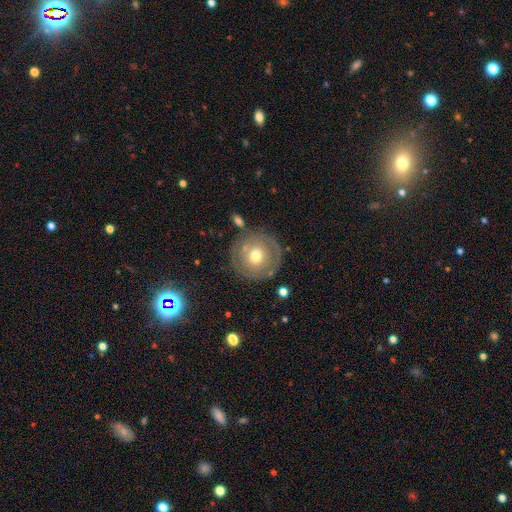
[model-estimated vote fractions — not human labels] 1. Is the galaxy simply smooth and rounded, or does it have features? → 52% smooth, 40% featured or disk, 8% star or artifact.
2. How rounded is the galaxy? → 94% round, 5% in between, 1% cigar-shaped.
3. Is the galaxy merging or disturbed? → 79% none, 12% minor disturbance, 5% major disturbance, 5% merger.